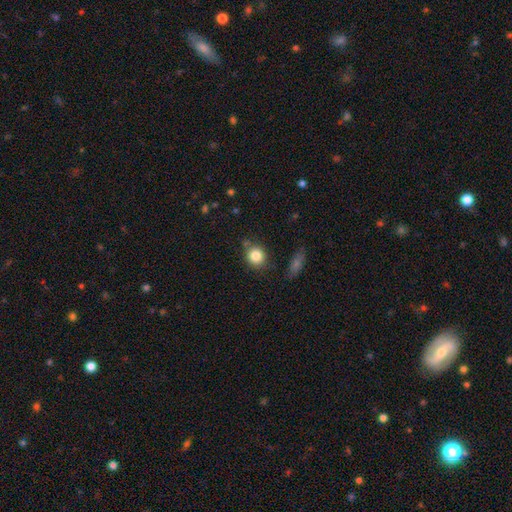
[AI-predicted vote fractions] Q: Smooth or featured?
A: smooth (84%); runner-up: star or artifact (10%)
Q: How rounded?
A: round (83%); runner-up: in between (16%)
Q: Merging?
A: none (76%); runner-up: minor disturbance (13%)